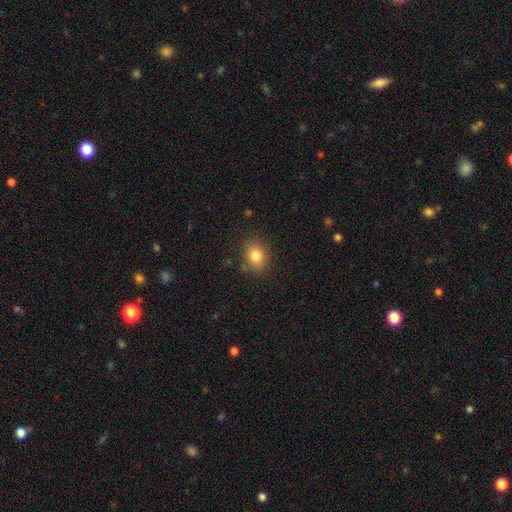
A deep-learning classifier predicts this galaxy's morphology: Smooth or featured: smooth — 82% (star or artifact — 10%)
How rounded: in between — 56% (round — 43%)
Merging: none — 82% (minor disturbance — 13%)